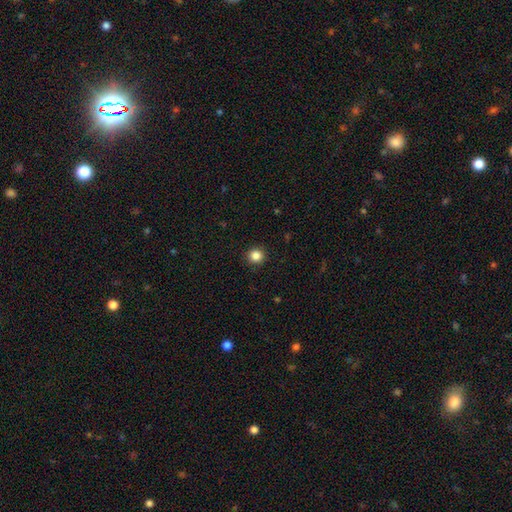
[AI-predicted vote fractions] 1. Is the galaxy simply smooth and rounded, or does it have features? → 86% smooth, 11% star or artifact, 3% featured or disk.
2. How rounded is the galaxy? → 92% round, 7% in between, 1% cigar-shaped.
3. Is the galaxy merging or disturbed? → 92% none, 5% minor disturbance, 2% major disturbance, 1% merger.